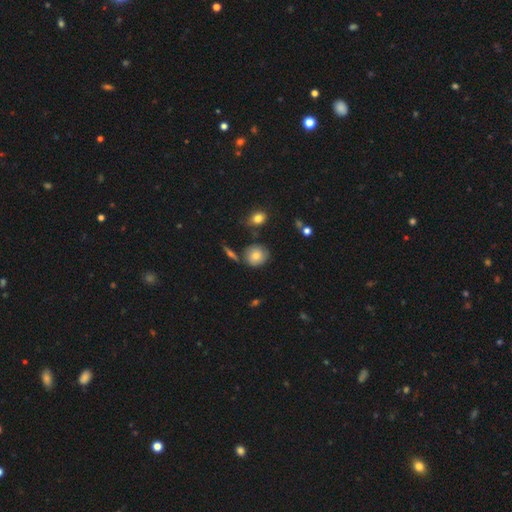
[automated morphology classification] This is likely a smooth galaxy (69%). How rounded: clearly round (82%). Merging: likely none (73%).